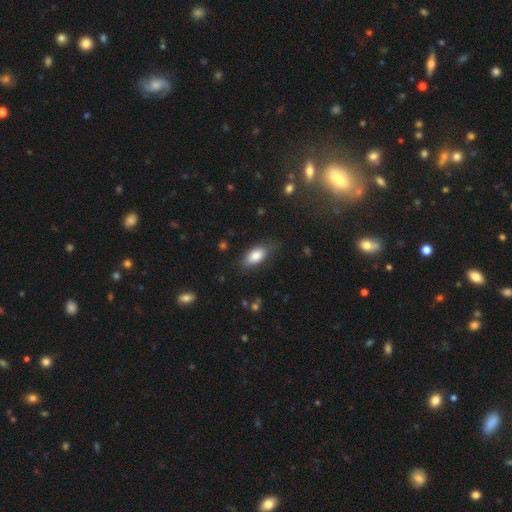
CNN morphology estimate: A smooth galaxy with no disk features (83%) that is in between round and cigar-shaped (91%).

Vote fractions:
- Smooth or featured? smooth: 83% / featured or disk: 10% / star or artifact: 7%
- How rounded? in between: 91% / cigar-shaped: 6% / round: 4%
- Merging? none: 75% / minor disturbance: 19% / major disturbance: 5% / merger: 1%